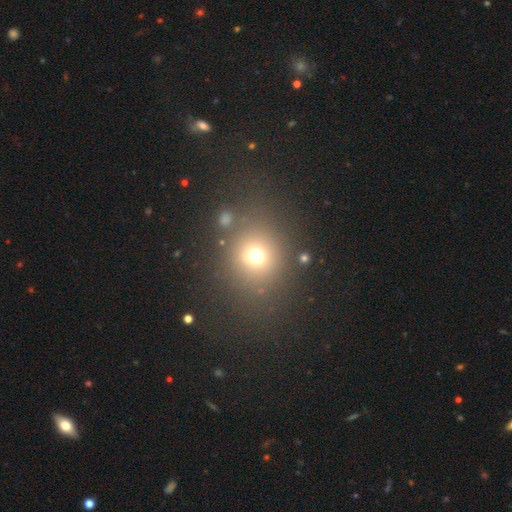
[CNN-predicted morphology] Smooth or featured: smooth — 69% (star or artifact — 21%)
How rounded: round — 80% (in between — 18%)
Merging: none — 75% (minor disturbance — 11%)